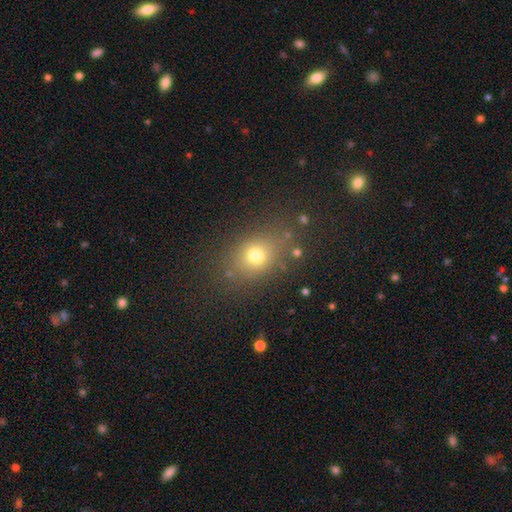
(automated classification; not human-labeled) Smooth or featured? Predicted: smooth (p=0.72). How rounded? Predicted: in between (p=0.52). Merging? Predicted: none (p=0.77).